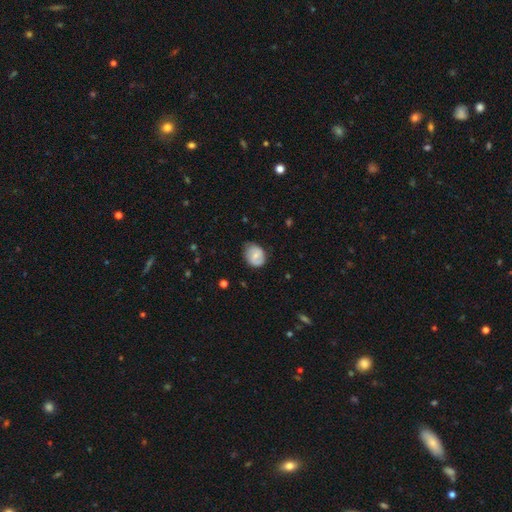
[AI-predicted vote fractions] smooth-or-featured: smooth: 56% | featured or disk: 37% | star or artifact: 7%
  how-rounded: in between: 51% | round: 48% | cigar-shaped: 1%
  merging: none: 66% | minor disturbance: 26% | major disturbance: 6% | merger: 1%